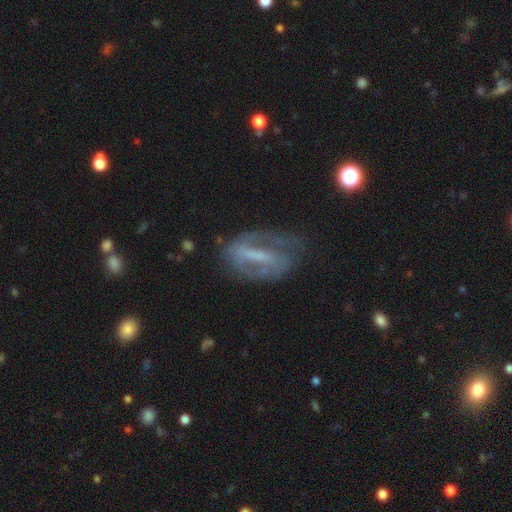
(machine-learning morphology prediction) smooth_or_featured: featured or disk (p=0.72) [alt: smooth p=0.19]
disk_edge_on: no (p=0.89) [alt: yes p=0.11]
bar: strong (p=0.59) [alt: weak p=0.29]
has_spiral_arms: yes (p=0.68) [alt: no p=0.32]
bulge_size: none (p=0.36) [alt: small p=0.35]
merging: none (p=0.59) [alt: minor disturbance p=0.23]